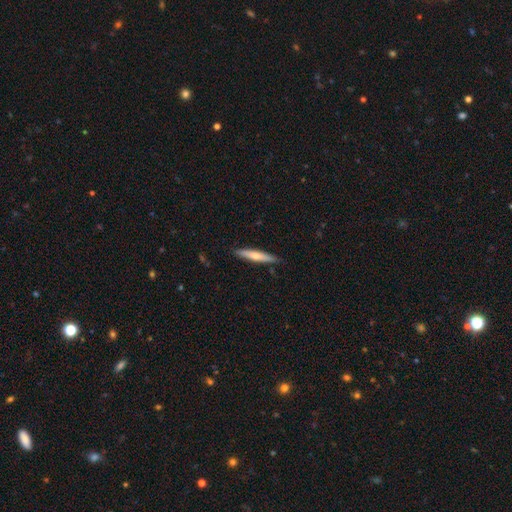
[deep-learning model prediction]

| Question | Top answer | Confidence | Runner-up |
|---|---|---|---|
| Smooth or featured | smooth | 54% | featured or disk (41%) |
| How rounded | cigar-shaped | 91% | in between (7%) |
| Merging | none | 87% | minor disturbance (10%) |